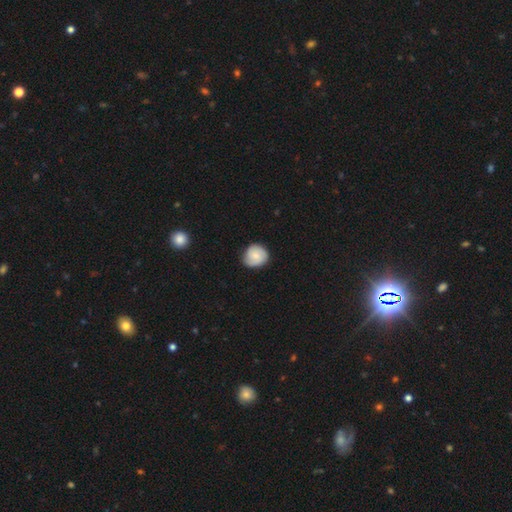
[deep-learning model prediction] Overall: smooth (65%; featured or disk 29%). How rounded: round (82%). Merging: none (75%).